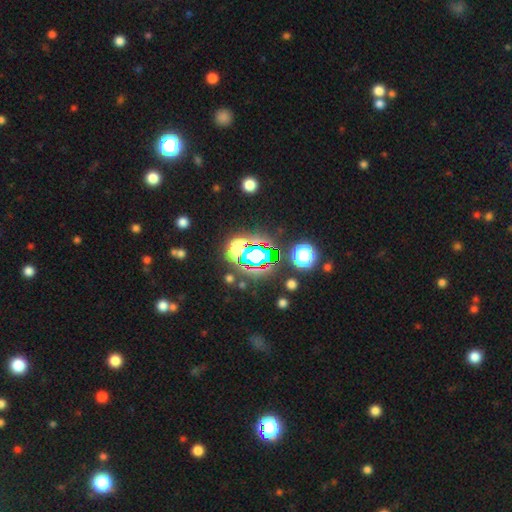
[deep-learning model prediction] The model was most divided on "smooth or featured": star or artifact: 64%, smooth: 23%, featured or disk: 13%.